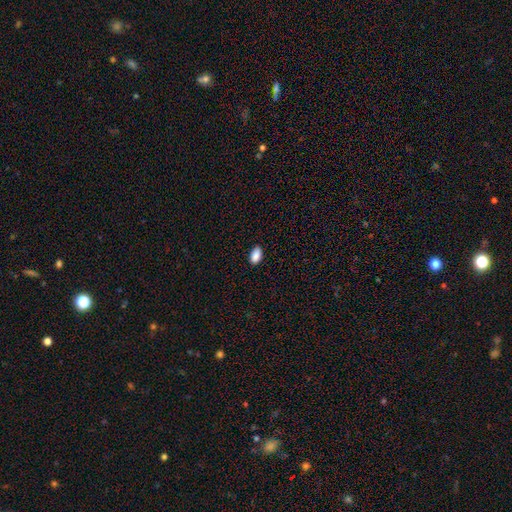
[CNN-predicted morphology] Q: Smooth or featured?
A: smooth (89%); runner-up: star or artifact (8%)
Q: How rounded?
A: in between (93%); runner-up: round (4%)
Q: Merging?
A: none (85%); runner-up: minor disturbance (12%)